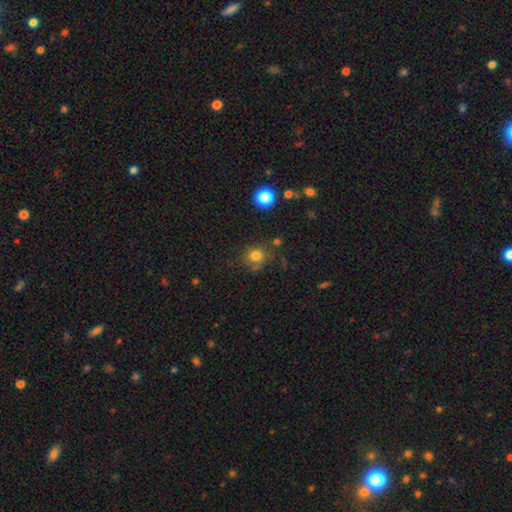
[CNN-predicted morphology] smooth 77%, star or artifact 15%, featured or disk 8%. Down the decision tree: how rounded — round (86%); merging — none (72%).